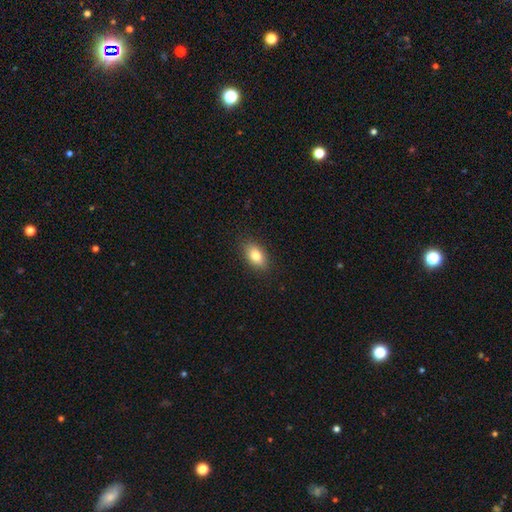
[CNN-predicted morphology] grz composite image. It shows a smooth galaxy with no disk features (81%) that is in between round and cigar-shaped (86%). Merging: none (88%).